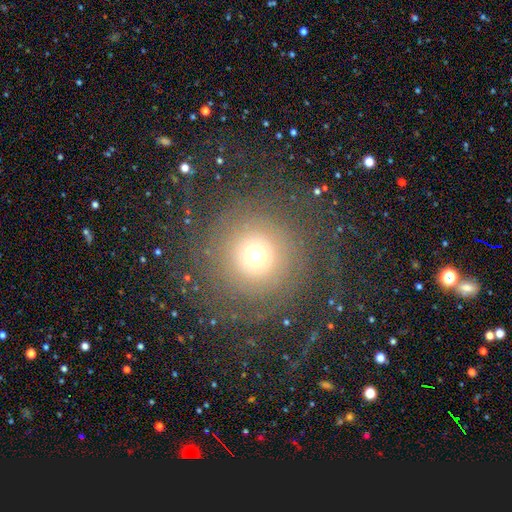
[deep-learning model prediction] Smooth or featured?
  - smooth: 45% *
  - featured or disk: 37%
  - star or artifact: 18%
Merging?
  - none: 76% *
  - major disturbance: 12%
  - minor disturbance: 10%
  - merger: 2%